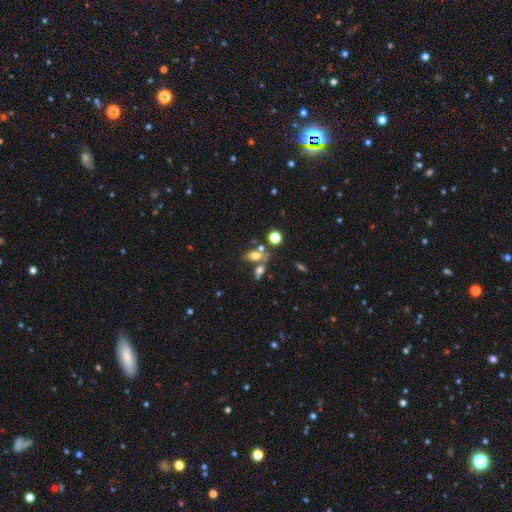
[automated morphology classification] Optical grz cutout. It shows a smooth galaxy with no disk features (65%) that is in between round and cigar-shaped (78%). Merging: none (41%).